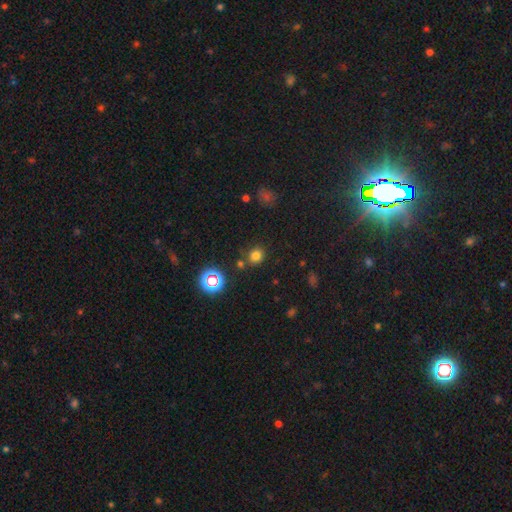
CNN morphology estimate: Overall: smooth (75%). How rounded: round (83%). Merging: none (80%).